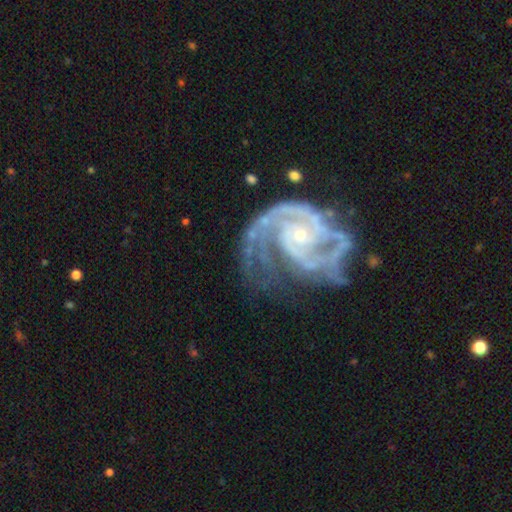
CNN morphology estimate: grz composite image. It shows a featured or disk galaxy (92%) with no bar (66%), 2 (49%) tight (49%) spiral arms (98%) and a small central bulge (77%). Merging: none (44%).